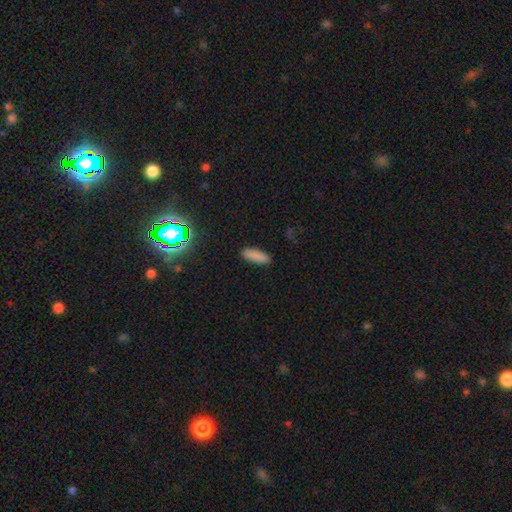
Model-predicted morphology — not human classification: The model was most divided on "how rounded": in between: 50%, cigar-shaped: 48%, round: 2%. More confident: merging — none (88%); smooth or featured — smooth (86%).